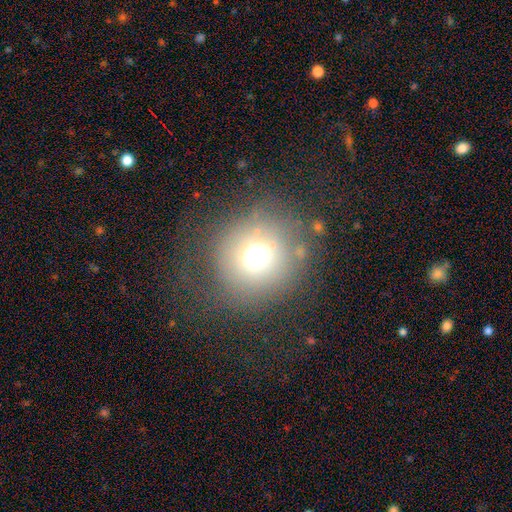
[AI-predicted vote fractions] Smooth or featured? smooth (64%)
How rounded? round (90%)
Merging? none (72%)